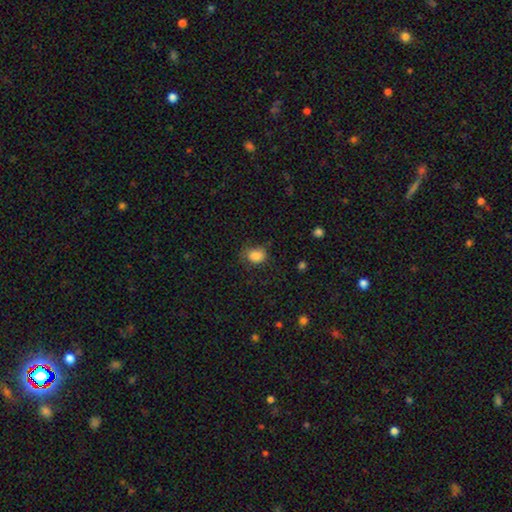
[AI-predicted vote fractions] Smooth or featured: smooth — 84% (star or artifact — 10%)
How rounded: in between — 55% (round — 44%)
Merging: none — 66% (minor disturbance — 25%)